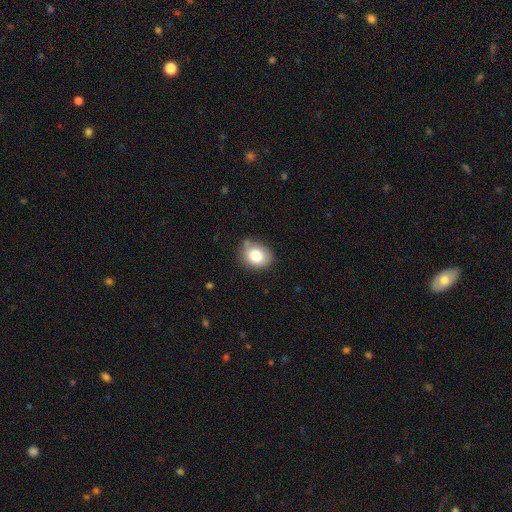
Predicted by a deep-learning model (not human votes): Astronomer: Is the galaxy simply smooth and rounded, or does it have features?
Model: smooth — 81%.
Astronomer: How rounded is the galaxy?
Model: round — 54% (runner-up: in between, 45%).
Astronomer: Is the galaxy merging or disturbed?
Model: none — 69%.